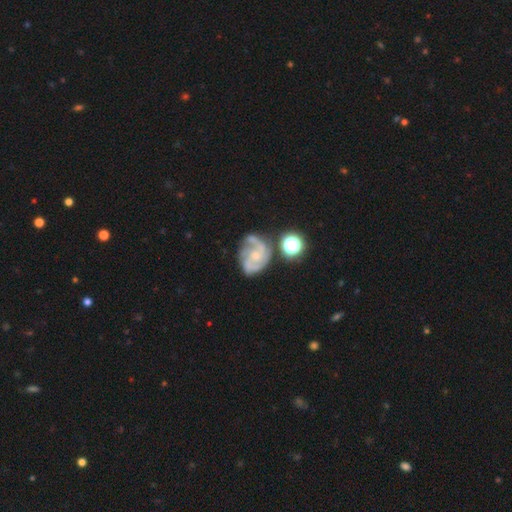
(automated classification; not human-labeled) The model was most divided on "spiral winding": medium: 47%, tight: 41%, loose: 12%. Remaining: edge-on disk — no (98%); spiral arms — yes (96%); smooth or featured — featured or disk (84%); bar — no (68%); bulge size — small (63%); merging — none (55%); spiral arm count — 3 (44%).